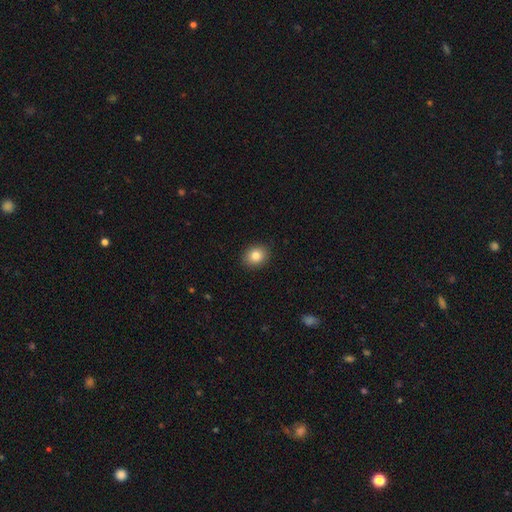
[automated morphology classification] This appears to be a smooth galaxy with no disk features (83%) that is round (65%). Merging: none (91%).